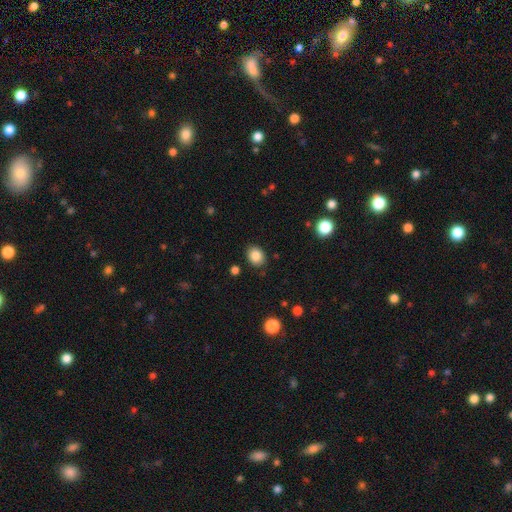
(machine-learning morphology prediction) Smooth or featured? smooth (86%)
How rounded? round (54%)
Merging? none (87%)